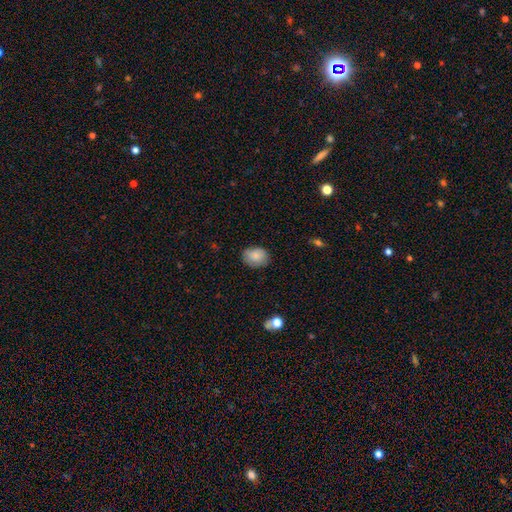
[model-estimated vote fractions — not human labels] smooth-or-featured: smooth: 84% | featured or disk: 8% | star or artifact: 8%
  how-rounded: in between: 62% | round: 37% | cigar-shaped: 1%
  merging: none: 74% | minor disturbance: 21% | major disturbance: 4% | merger: 1%